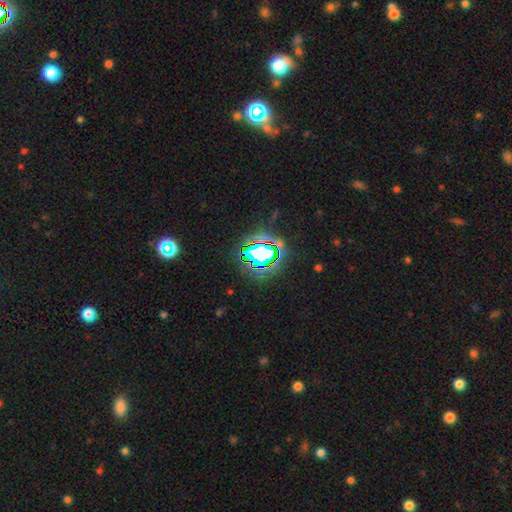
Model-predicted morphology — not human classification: Smooth or featured: star or artifact — 68% (smooth — 19%)